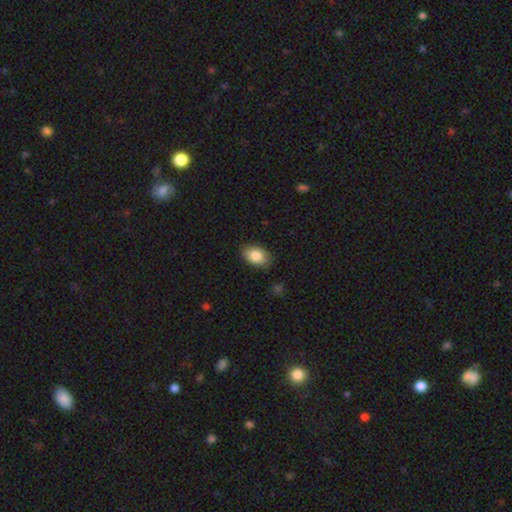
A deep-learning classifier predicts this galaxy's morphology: Smooth or featured? Predicted: smooth (p=0.84). How rounded? Predicted: in between (p=0.86). Merging? Predicted: none (p=0.83).